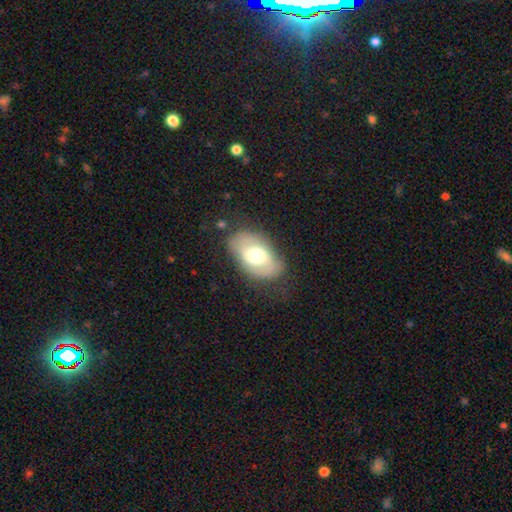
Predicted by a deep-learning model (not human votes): A smooth galaxy with no disk features (54%) that is in between round and cigar-shaped (91%). Merging: none (72%).